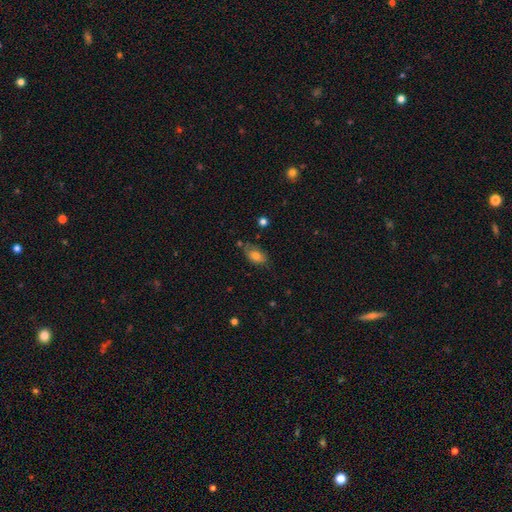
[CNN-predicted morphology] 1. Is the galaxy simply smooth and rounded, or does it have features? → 76% smooth, 15% featured or disk, 9% star or artifact.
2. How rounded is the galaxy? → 88% in between, 9% round, 3% cigar-shaped.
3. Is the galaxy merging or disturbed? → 63% none, 25% minor disturbance, 7% major disturbance, 5% merger.